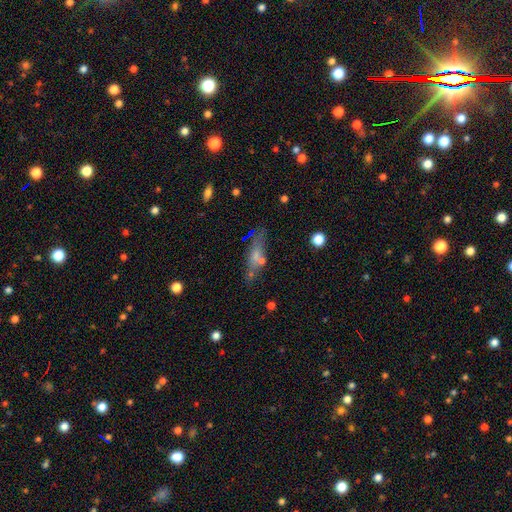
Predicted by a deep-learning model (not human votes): Smooth or featured?
  - smooth: 48% *
  - featured or disk: 38%
  - star or artifact: 14%
Merging?
  - none: 67% *
  - minor disturbance: 17%
  - merger: 9%
  - major disturbance: 7%